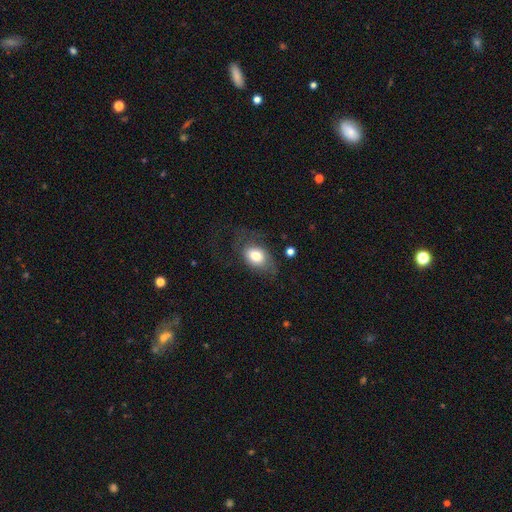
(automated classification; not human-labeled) The model was most divided on "merging": none: 47%, major disturbance: 26%, minor disturbance: 25%, merger: 2%. More confident: how rounded — in between (78%); smooth or featured — smooth (72%).